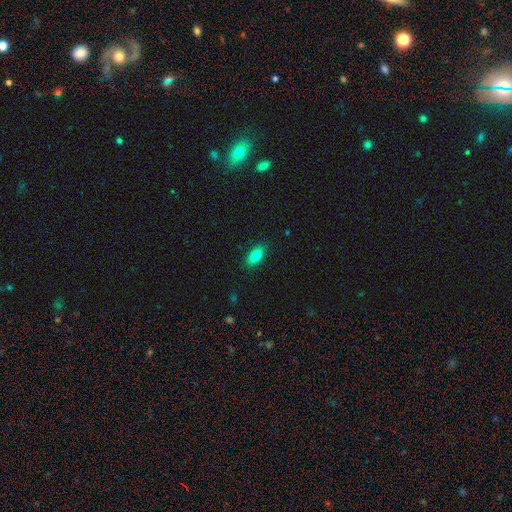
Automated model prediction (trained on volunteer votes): smooth-or-featured: smooth: 80% | featured or disk: 12% | star or artifact: 9%
  how-rounded: in between: 85% | cigar-shaped: 9% | round: 6%
  merging: none: 86% | minor disturbance: 11% | major disturbance: 2% | merger: 1%